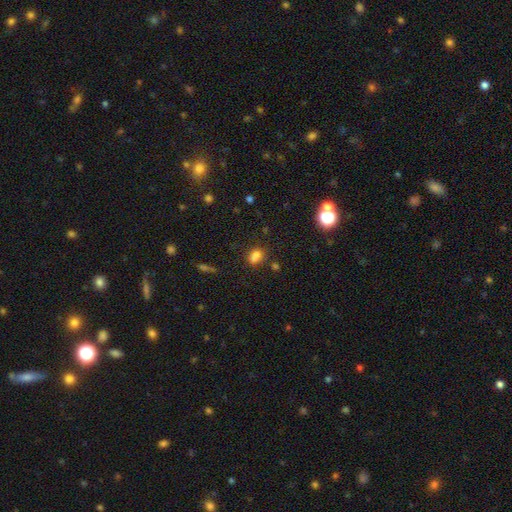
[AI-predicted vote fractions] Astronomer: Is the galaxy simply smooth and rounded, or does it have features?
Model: smooth — 77%.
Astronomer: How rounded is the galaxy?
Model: in between — 59% (runner-up: round, 39%).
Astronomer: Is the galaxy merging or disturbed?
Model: none — 60%.